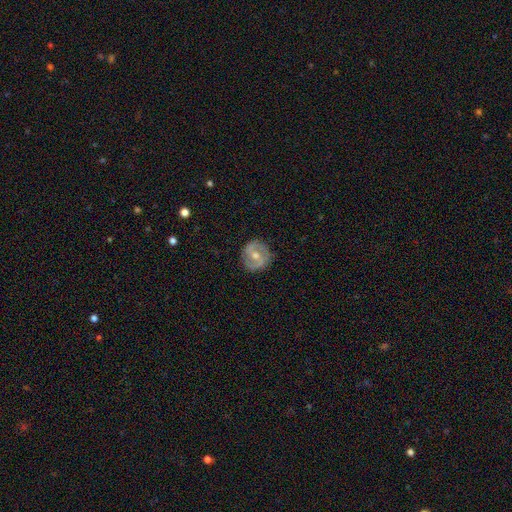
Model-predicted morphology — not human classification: Smooth or featured? featured or disk (71%)
Edge-on disk? no (97%)
Bar? weak (49%)
Spiral arms? yes (81%)
Spiral winding? medium (47%)
Spiral arm count? 2 (87%)
Bulge size? moderate (69%)
Merging? none (85%)